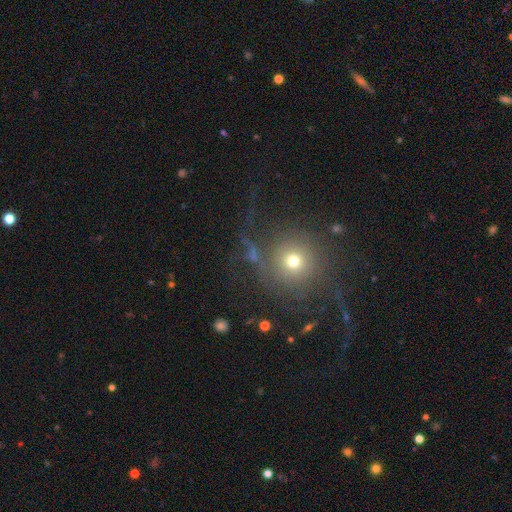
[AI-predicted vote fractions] Smooth or featured? Predicted: featured or disk (p=0.43). Merging? Predicted: none (p=0.61).